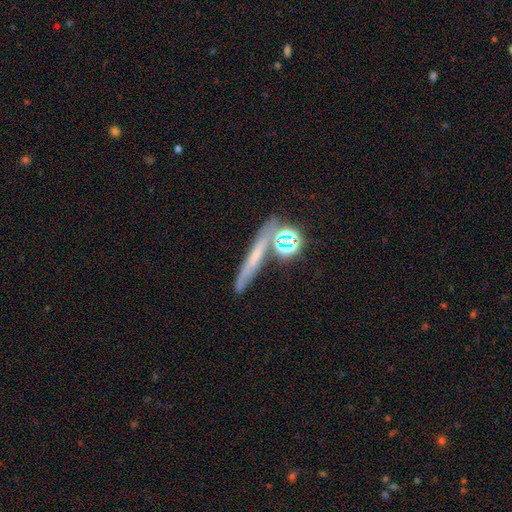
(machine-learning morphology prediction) This appears to be a smooth galaxy with no disk features (42%). Merging: none (66%).